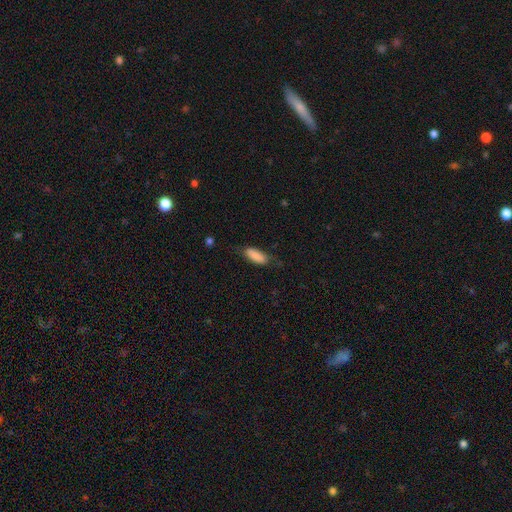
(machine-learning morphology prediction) Smooth or featured?
  - smooth: 83% *
  - featured or disk: 11%
  - star or artifact: 6%
How rounded?
  - in between: 71% *
  - cigar-shaped: 27%
  - round: 2%
Merging?
  - none: 63% *
  - minor disturbance: 27%
  - major disturbance: 8%
  - merger: 2%